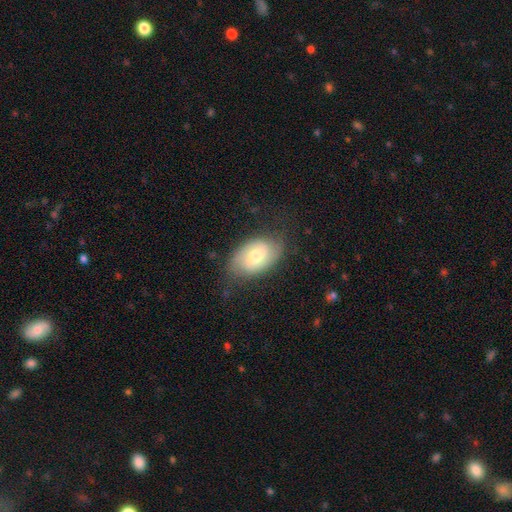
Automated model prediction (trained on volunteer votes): Morphology: type=featured or disk (53%); edge-on=no (94%); merging=none (71%).